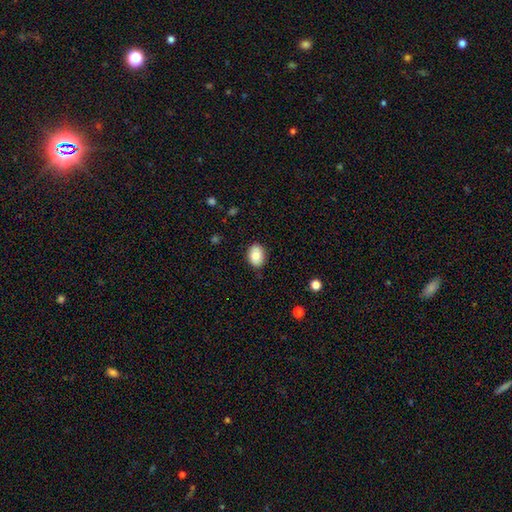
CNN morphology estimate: The model was most divided on "how rounded": in between: 74%, round: 25%, cigar-shaped: 1%. More confident: merging — none (86%); smooth or featured — smooth (82%).